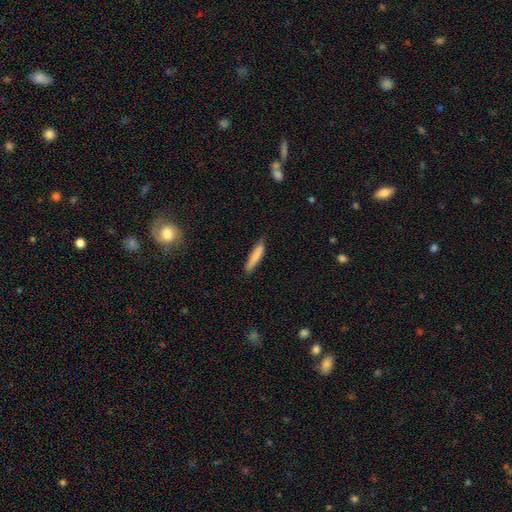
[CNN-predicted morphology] A smooth galaxy with no disk features (81%) that is cigar-shaped (85%).

Vote fractions:
- Smooth or featured? smooth: 81% / featured or disk: 13% / star or artifact: 6%
- How rounded? cigar-shaped: 85% / in between: 14% / round: 1%
- Merging? none: 79% / minor disturbance: 18% / major disturbance: 3% / merger: 1%